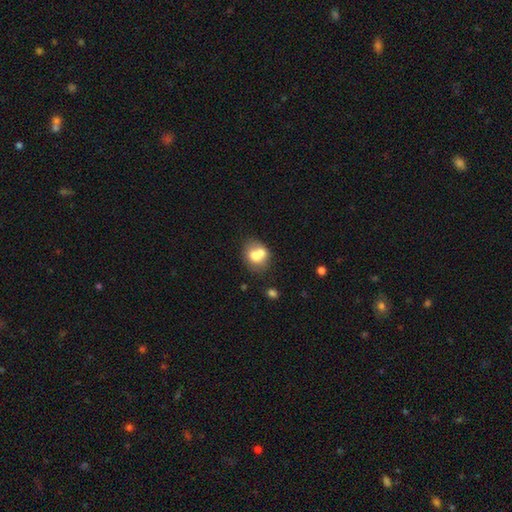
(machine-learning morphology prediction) Q: Smooth or featured?
A: smooth (68%); runner-up: featured or disk (22%)
Q: How rounded?
A: round (58%); runner-up: in between (41%)
Q: Merging?
A: merger (51%); runner-up: none (35%)